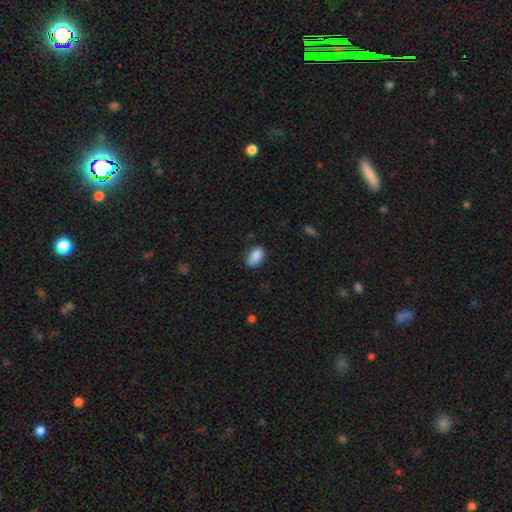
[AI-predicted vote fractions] This appears to be a smooth galaxy with no disk features (87%) that is in between round and cigar-shaped (90%). Merging: none (71%).